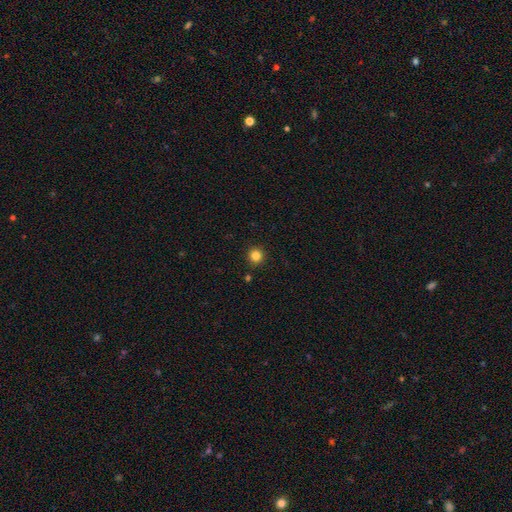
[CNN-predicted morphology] Smooth or featured? smooth (83%)
How rounded? round (95%)
Merging? none (92%)